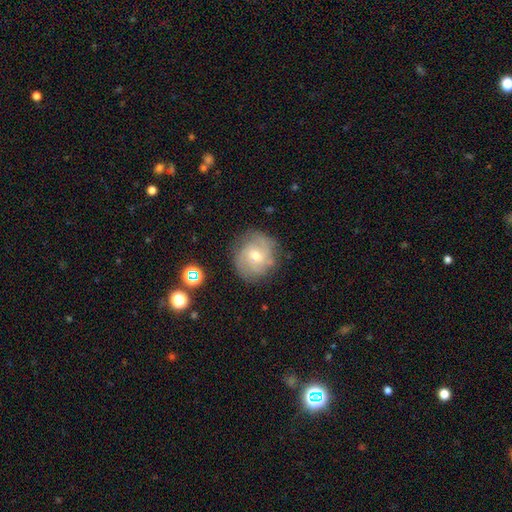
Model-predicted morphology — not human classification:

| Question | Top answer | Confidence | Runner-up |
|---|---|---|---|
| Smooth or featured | featured or disk | 60% | smooth (30%) |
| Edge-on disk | no | 97% | yes (3%) |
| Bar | no | 50% | weak (42%) |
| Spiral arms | yes | 83% | no (17%) |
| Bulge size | moderate | 60% | small (35%) |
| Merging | none | 74% | minor disturbance (18%) |